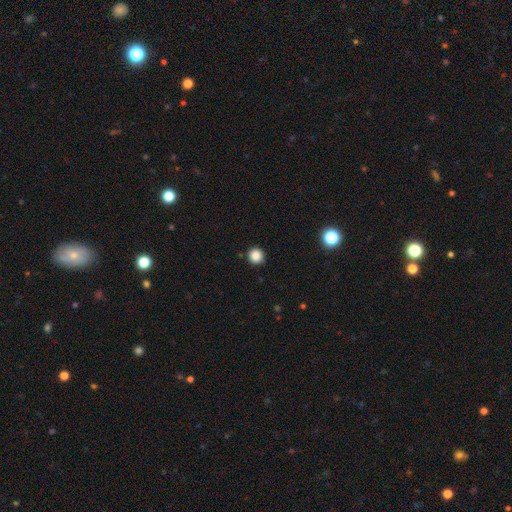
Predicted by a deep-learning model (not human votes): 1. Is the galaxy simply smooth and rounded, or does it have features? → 87% smooth, 11% star or artifact, 3% featured or disk.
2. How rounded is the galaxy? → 95% round, 4% in between, 1% cigar-shaped.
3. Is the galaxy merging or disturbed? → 92% none, 5% minor disturbance, 2% major disturbance, 1% merger.